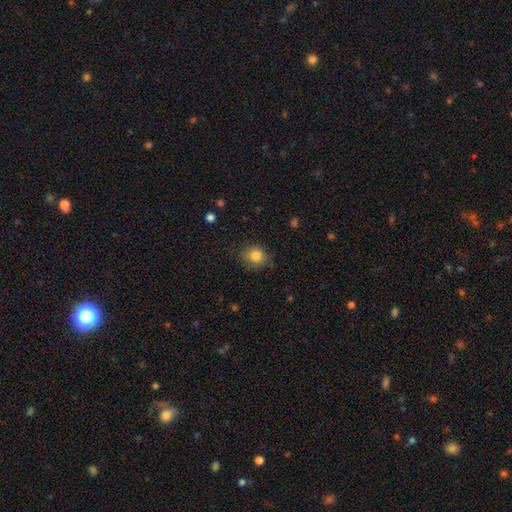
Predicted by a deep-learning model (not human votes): The model was most divided on "how rounded": round: 74%, in between: 25%, cigar-shaped: 1%. More confident: smooth or featured — smooth (84%); merging — none (78%).